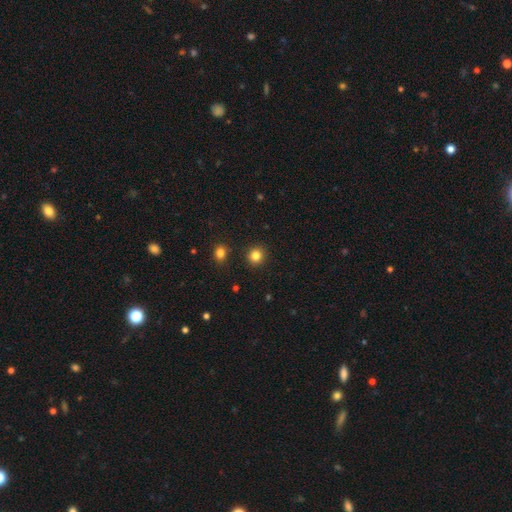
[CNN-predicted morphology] A smooth galaxy with no disk features (83%) that is round (91%). Merging: none (91%).